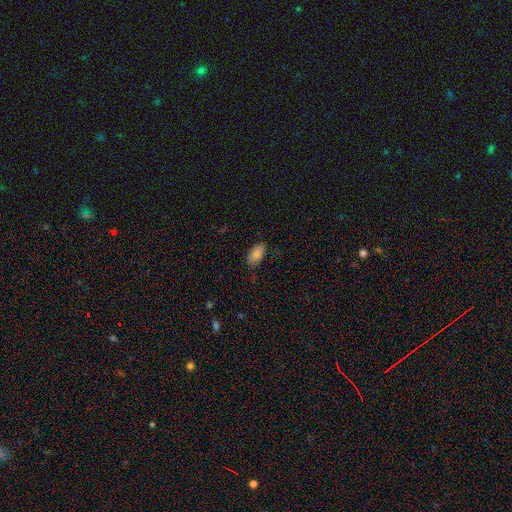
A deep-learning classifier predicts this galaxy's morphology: smooth-or-featured: smooth: 83% | star or artifact: 9% | featured or disk: 8%
  how-rounded: in between: 92% | cigar-shaped: 4% | round: 3%
  merging: none: 77% | minor disturbance: 19% | major disturbance: 3% | merger: 1%